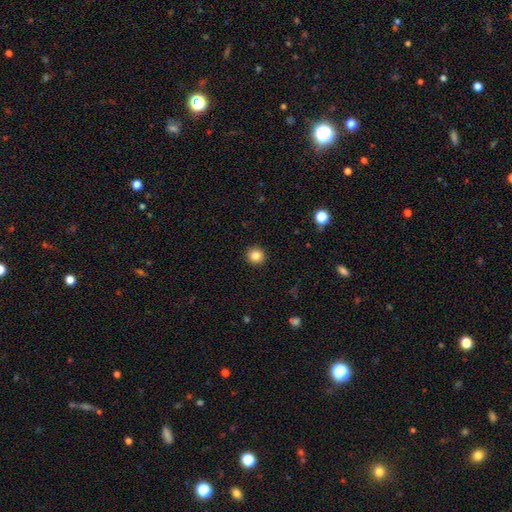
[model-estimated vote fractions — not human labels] Smooth or featured? Predicted: smooth (p=0.84). How rounded? Predicted: round (p=0.94). Merging? Predicted: none (p=0.93).